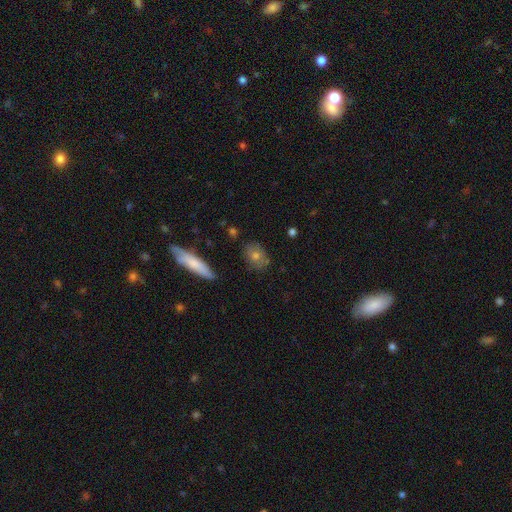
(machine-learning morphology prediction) smooth 67%, featured or disk 23%, star or artifact 10%. Down the decision tree: how rounded — in between (55%); merging — none (78%).